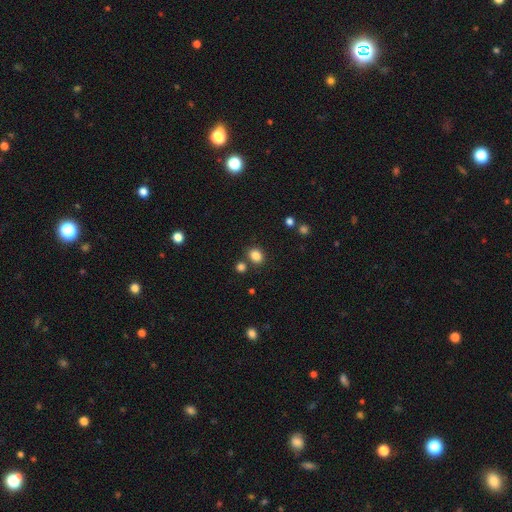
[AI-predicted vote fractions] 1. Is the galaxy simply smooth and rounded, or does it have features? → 84% smooth, 12% star or artifact, 4% featured or disk.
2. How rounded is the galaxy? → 57% round, 42% in between, 1% cigar-shaped.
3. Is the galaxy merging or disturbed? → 77% none, 10% merger, 9% minor disturbance, 3% major disturbance.